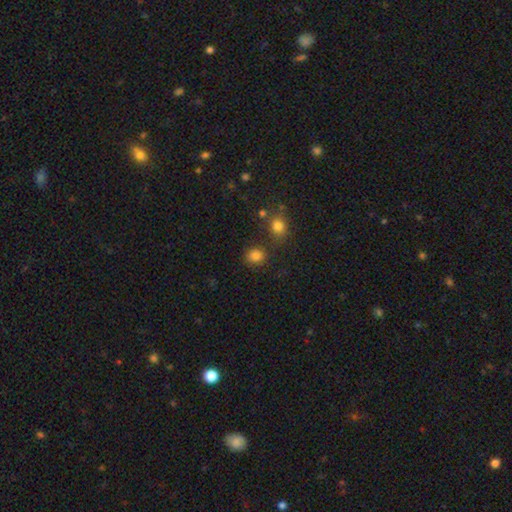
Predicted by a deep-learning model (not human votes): The model was most divided on "how rounded": round: 77%, in between: 22%, cigar-shaped: 1%. More confident: smooth or featured — smooth (82%); merging — none (75%).